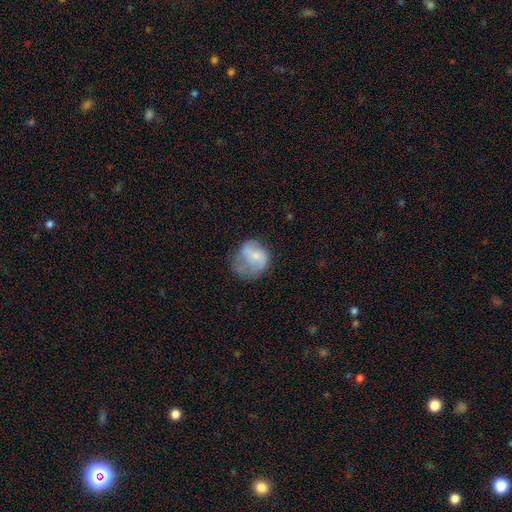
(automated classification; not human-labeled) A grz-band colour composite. It shows a smooth galaxy with no disk features (55%) that is round (67%). Merging: none (35%).